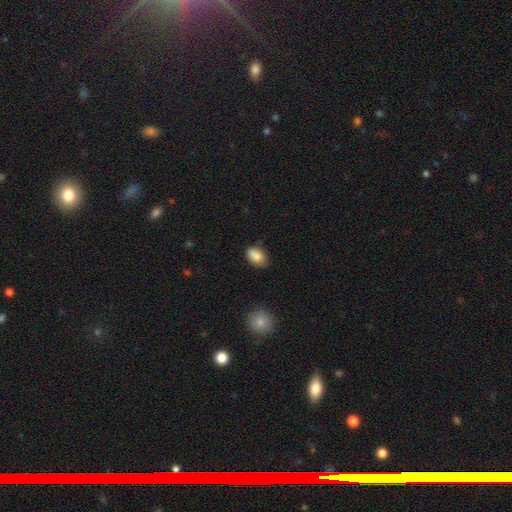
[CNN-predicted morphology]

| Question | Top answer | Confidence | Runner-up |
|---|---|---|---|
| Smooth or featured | smooth | 84% | star or artifact (8%) |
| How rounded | in between | 87% | round (11%) |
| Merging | none | 67% | minor disturbance (24%) |